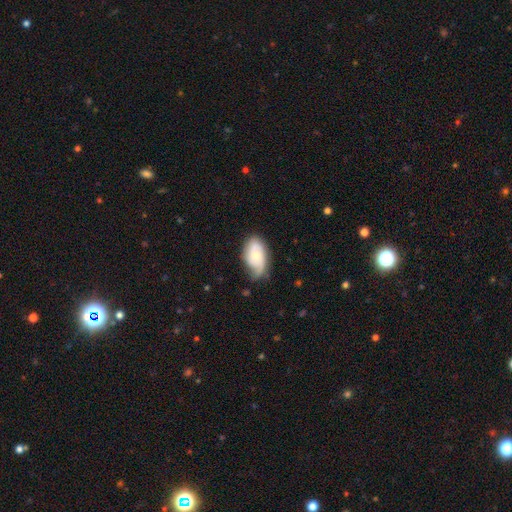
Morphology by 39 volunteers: Overall: featured or disk (64%; smooth 31%). Edge-on disk: no (96%). Bar: no (88%). Spiral arms: yes (88%). Spiral arm count: 2 (43%; 1 33%). Spiral winding: medium (48%; tight 38%). Bulge size: moderate (58%; small 42%). Merging: none (62%; minor disturbance 24%).